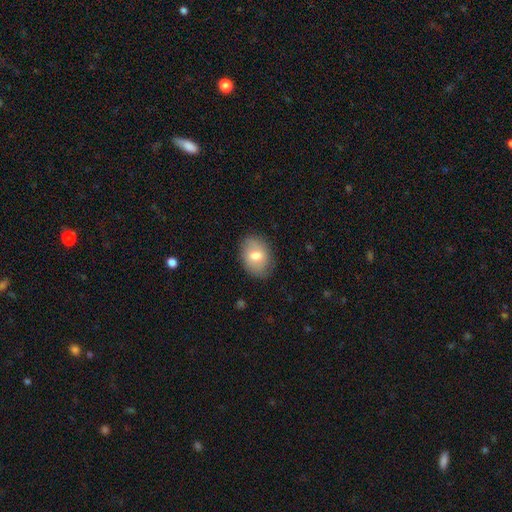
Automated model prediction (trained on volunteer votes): Q: Smooth or featured?
A: smooth (72%); runner-up: featured or disk (21%)
Q: How rounded?
A: in between (75%); runner-up: round (24%)
Q: Merging?
A: none (82%); runner-up: minor disturbance (13%)